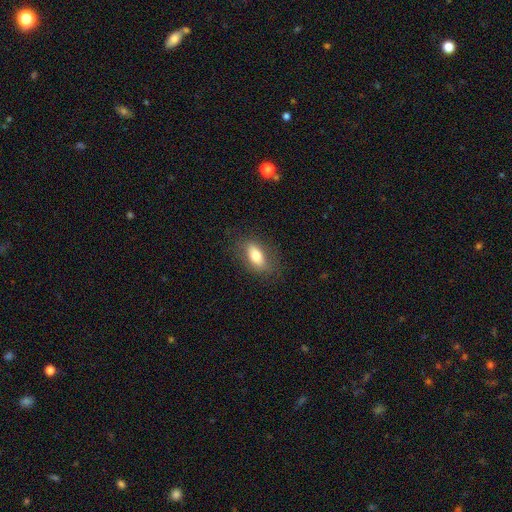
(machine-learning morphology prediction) type=smooth (72%); roundness=in between (81%); merging=none (81%).